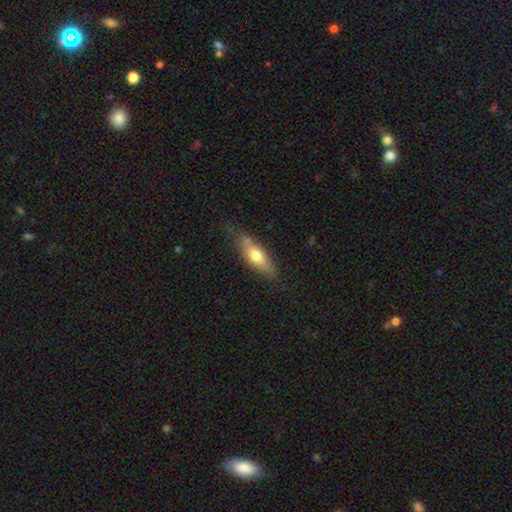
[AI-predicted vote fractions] Smooth or featured? smooth (64%)
How rounded? in between (59%)
Merging? none (68%)